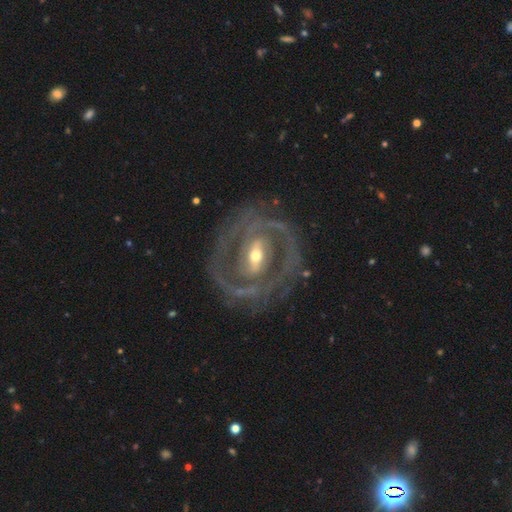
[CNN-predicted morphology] This appears to be a featured or disk galaxy (89%) with a strong bar (47%), 2 (56%) tight (60%) spiral arms (90%) and a moderate central bulge (53%). Merging: none (75%).